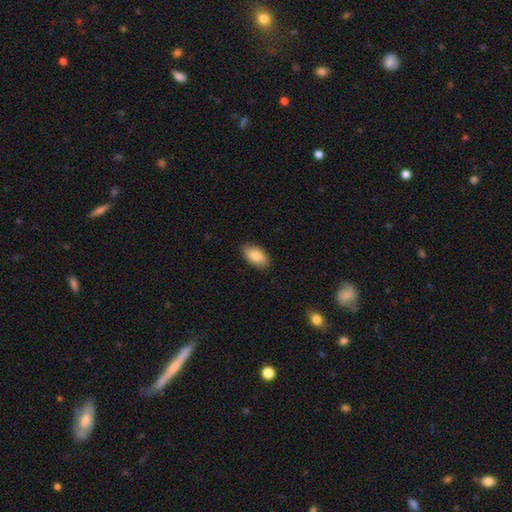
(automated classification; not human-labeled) smooth 84%, featured or disk 10%, star or artifact 6%. Down the decision tree: how rounded — in between (94%); merging — none (88%).